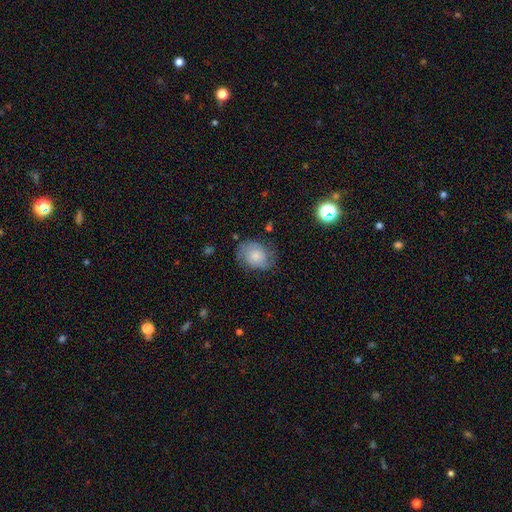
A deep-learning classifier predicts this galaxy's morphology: Smooth or featured?
  - smooth: 48% *
  - featured or disk: 44%
  - star or artifact: 8%
Merging?
  - none: 67% *
  - minor disturbance: 23%
  - major disturbance: 8%
  - merger: 2%